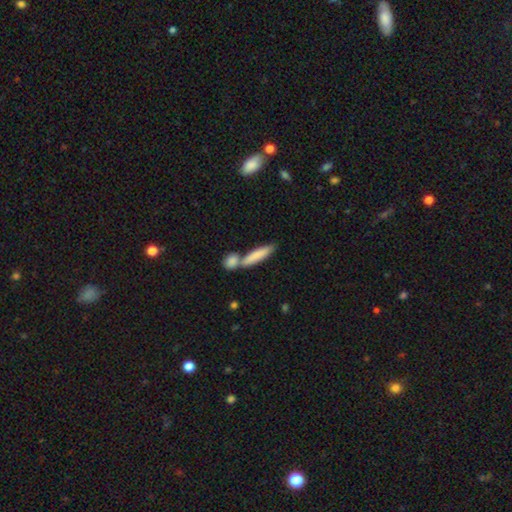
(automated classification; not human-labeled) Smooth or featured? smooth (80%)
How rounded? cigar-shaped (75%)
Merging? none (50%)